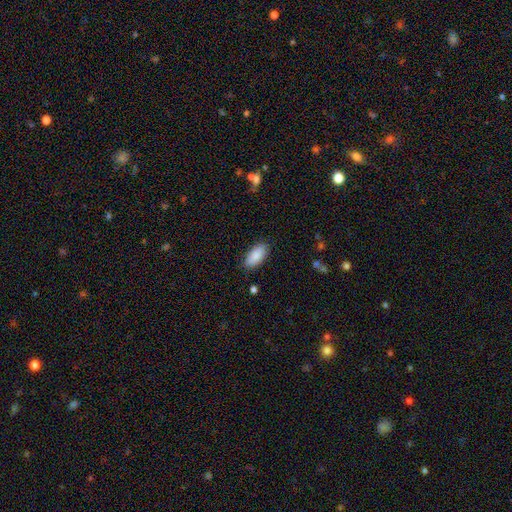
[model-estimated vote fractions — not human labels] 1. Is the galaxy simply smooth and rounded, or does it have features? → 88% smooth, 6% star or artifact, 5% featured or disk.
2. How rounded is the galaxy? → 90% in between, 8% cigar-shaped, 2% round.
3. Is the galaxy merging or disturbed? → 87% none, 10% minor disturbance, 2% major disturbance, 1% merger.